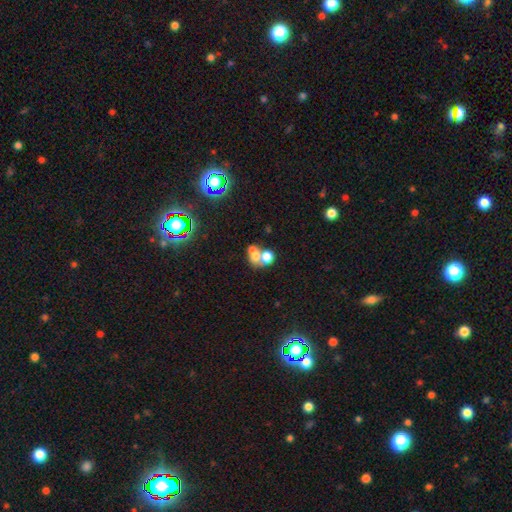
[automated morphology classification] A smooth galaxy with no disk features (60%) that is round (59%).

Vote fractions:
- Smooth or featured? smooth: 60% / featured or disk: 24% / star or artifact: 16%
- How rounded? round: 59% / in between: 40% / cigar-shaped: 1%
- Merging? merger: 66% / none: 23% / minor disturbance: 6% / major disturbance: 5%